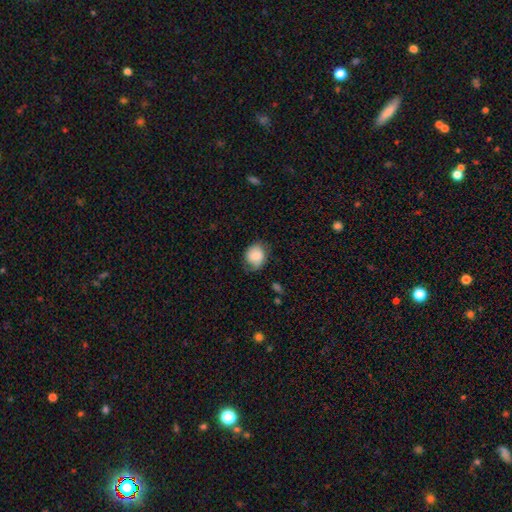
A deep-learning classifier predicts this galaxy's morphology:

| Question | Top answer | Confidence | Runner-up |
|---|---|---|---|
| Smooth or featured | smooth | 74% | featured or disk (19%) |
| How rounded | round | 57% | in between (42%) |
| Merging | none | 59% | minor disturbance (30%) |